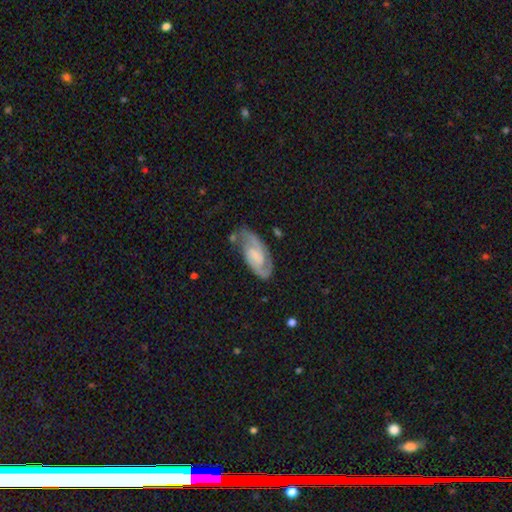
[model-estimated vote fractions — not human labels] The model was most divided on "spiral winding": medium: 47%, tight: 39%, loose: 14%. Remaining: edge-on disk — no (96%); spiral arms — yes (95%); spiral arm count — 2 (87%); smooth or featured — featured or disk (81%); merging — none (67%); bar — no (49%); bulge size — small (39%).